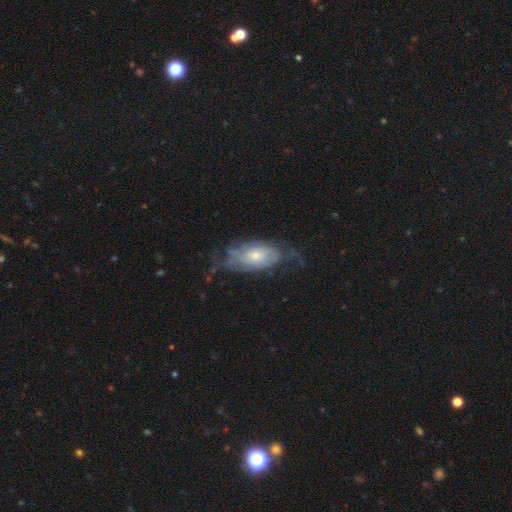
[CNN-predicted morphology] A featured or disk galaxy (63%) with no bar (75%), spiral arms (73%) and a moderate central bulge (46%).

Vote fractions:
- Smooth or featured? featured or disk: 63% / smooth: 31% / star or artifact: 7%
- Edge-on disk? no: 90% / yes: 10%
- Bar? no: 75% / weak: 21% / strong: 3%
- Spiral arms? yes: 73% / no: 27%
- Bulge size? moderate: 46% / small: 43% / large: 6% / none: 3% / dominant: 1%
- Merging? none: 47% / minor disturbance: 30% / major disturbance: 21% / merger: 2%